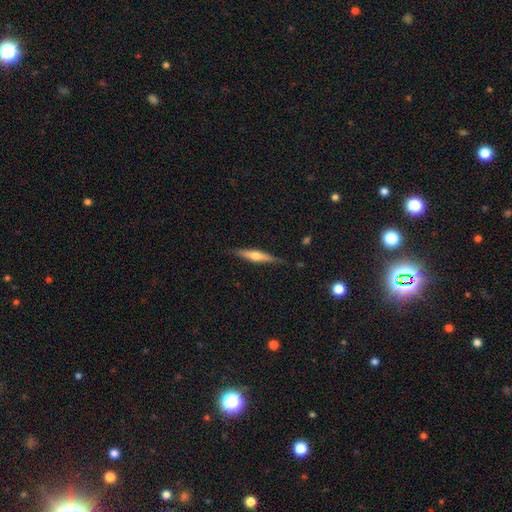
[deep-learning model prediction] smooth_or_featured: featured or disk (p=0.58) [alt: smooth p=0.36]
disk_edge_on: yes (p=0.96) [alt: no p=0.04]
edge_on_bulge: rounded (p=0.88) [alt: none p=0.07]
merging: none (p=0.85) [alt: minor disturbance p=0.12]